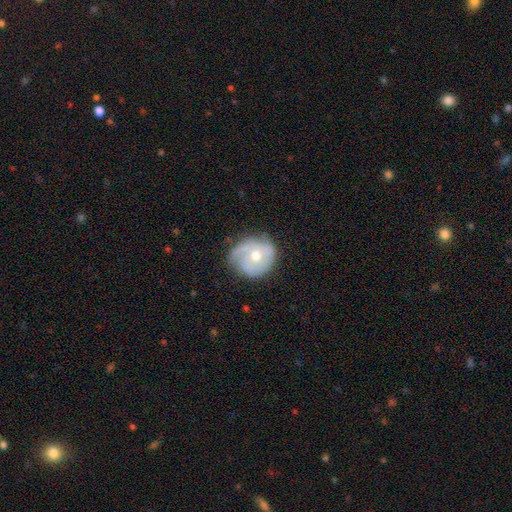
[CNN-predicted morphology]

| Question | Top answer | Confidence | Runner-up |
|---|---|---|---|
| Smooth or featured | featured or disk | 60% | smooth (33%) |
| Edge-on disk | no | 97% | yes (3%) |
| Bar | no | 80% | weak (17%) |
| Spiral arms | yes | 75% | no (25%) |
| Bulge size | moderate | 69% | small (26%) |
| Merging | none | 57% | minor disturbance (29%) |